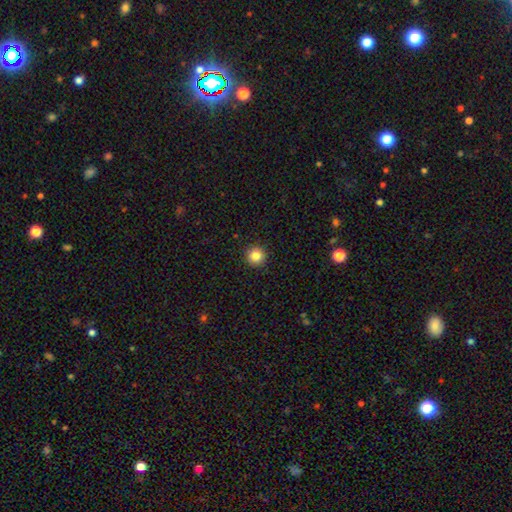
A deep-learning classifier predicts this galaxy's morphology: type=smooth (84%); roundness=round (96%); merging=none (93%).